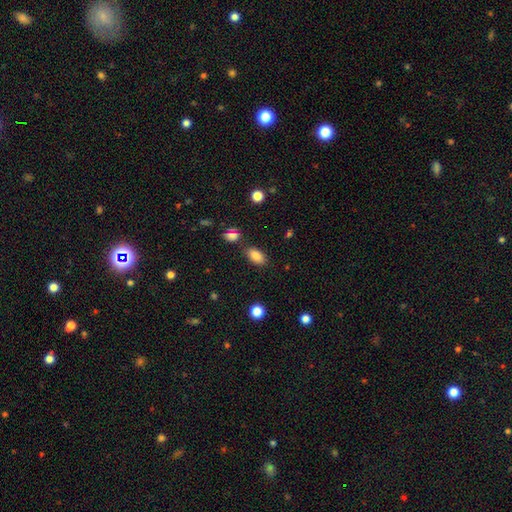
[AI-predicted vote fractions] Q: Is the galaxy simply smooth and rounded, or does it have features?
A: smooth — 82%.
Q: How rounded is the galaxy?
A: in between — 90%.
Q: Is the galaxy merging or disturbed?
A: none — 82%.